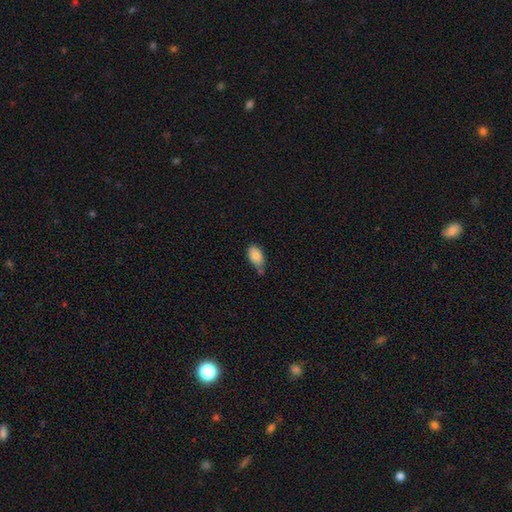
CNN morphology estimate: A smooth galaxy with no disk features (84%) that is in between round and cigar-shaped (91%). Merging: none (44%).